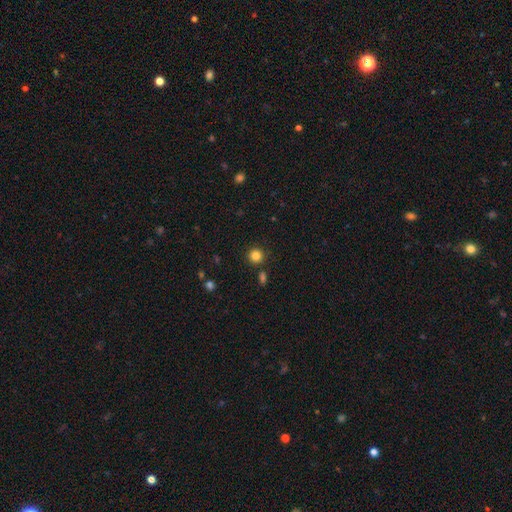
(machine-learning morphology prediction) A smooth galaxy with no disk features (83%) that is round (94%).

Vote fractions:
- Smooth or featured? smooth: 83% / star or artifact: 12% / featured or disk: 5%
- How rounded? round: 94% / in between: 6% / cigar-shaped: 1%
- Merging? none: 87% / minor disturbance: 6% / merger: 4% / major disturbance: 2%